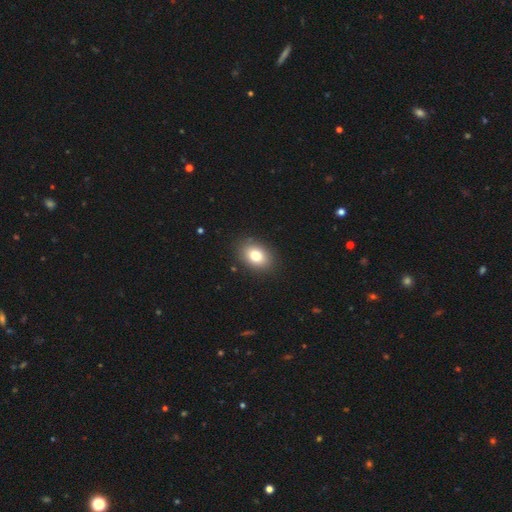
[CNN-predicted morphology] A smooth galaxy with no disk features (80%) that is in between round and cigar-shaped (74%).

Vote fractions:
- Smooth or featured? smooth: 80% / featured or disk: 11% / star or artifact: 9%
- How rounded? in between: 74% / round: 25% / cigar-shaped: 1%
- Merging? none: 88% / minor disturbance: 8% / major disturbance: 2% / merger: 1%